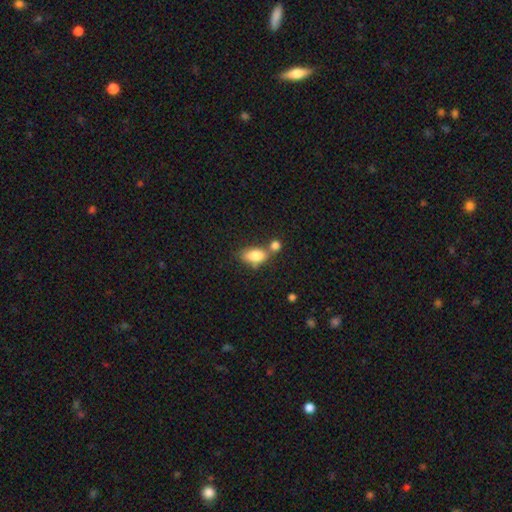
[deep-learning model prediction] smooth 82%, featured or disk 10%, star or artifact 8%. Down the decision tree: how rounded — in between (86%); merging — none (40%).